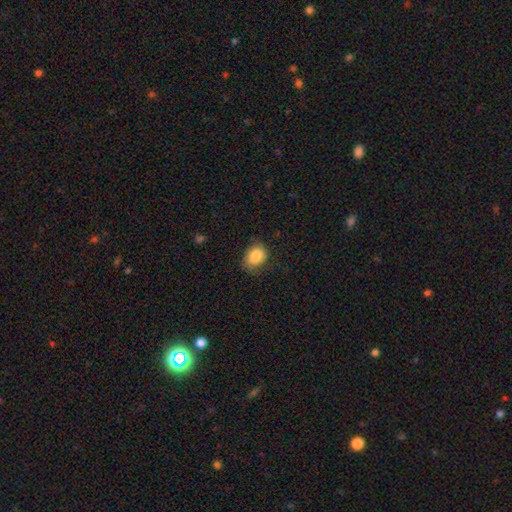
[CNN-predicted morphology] This is clearly a smooth galaxy (85%). How rounded: likely in between (66%). Merging: likely none (64%).